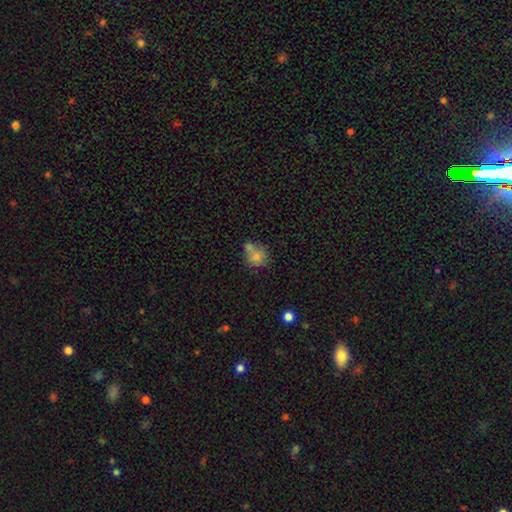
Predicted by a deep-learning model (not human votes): Smooth or featured: smooth — 75% (featured or disk — 14%)
How rounded: round — 71% (in between — 28%)
Merging: none — 40% (merger — 38%)